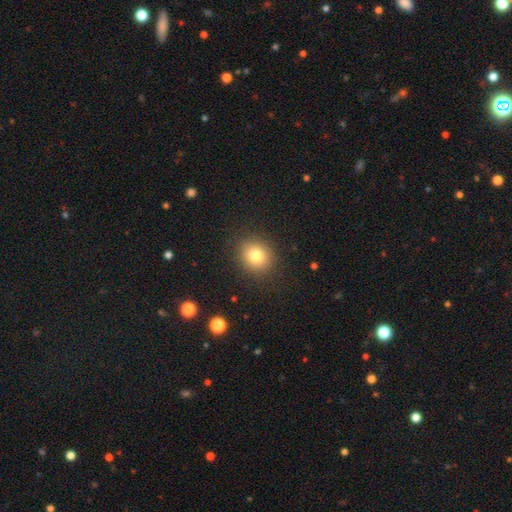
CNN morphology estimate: Smooth or featured: smooth — 79% (star or artifact — 12%)
How rounded: round — 80% (in between — 19%)
Merging: none — 89% (minor disturbance — 7%)